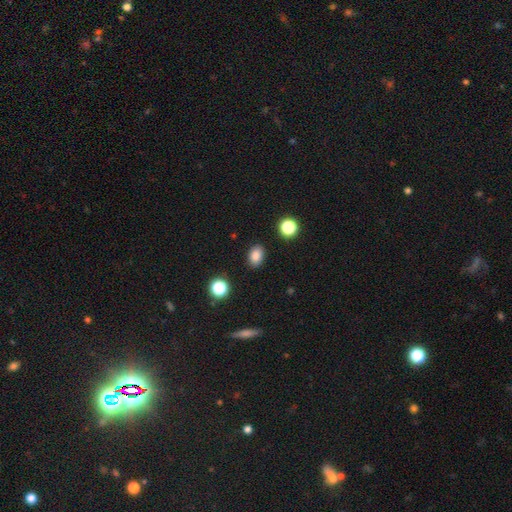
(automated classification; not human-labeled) Q: Smooth or featured?
A: smooth (85%); runner-up: star or artifact (11%)
Q: How rounded?
A: in between (79%); runner-up: round (20%)
Q: Merging?
A: none (88%); runner-up: minor disturbance (9%)